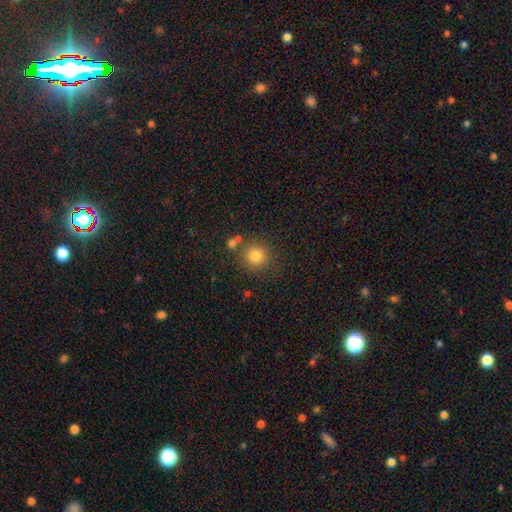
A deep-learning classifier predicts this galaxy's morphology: A smooth galaxy with no disk features (81%) that is round (92%). Merging: none (78%).